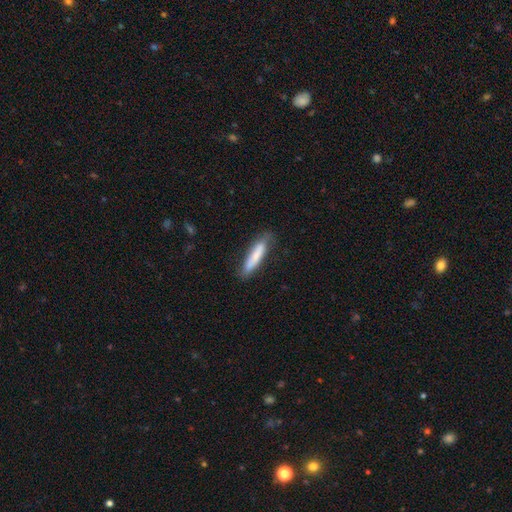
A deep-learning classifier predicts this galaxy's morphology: Q: Smooth or featured?
A: smooth (75%); runner-up: featured or disk (19%)
Q: How rounded?
A: cigar-shaped (84%); runner-up: in between (15%)
Q: Merging?
A: none (73%); runner-up: minor disturbance (20%)